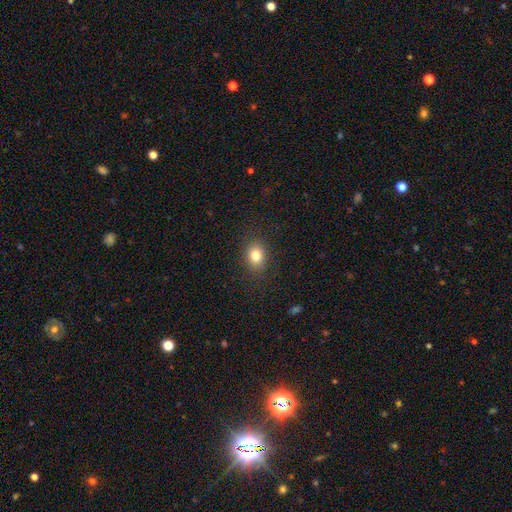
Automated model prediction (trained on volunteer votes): Morphology: type=smooth (81%); roundness=in between (51%); merging=none (86%).